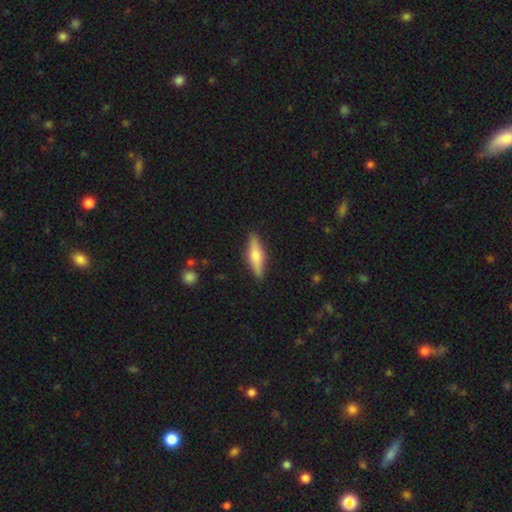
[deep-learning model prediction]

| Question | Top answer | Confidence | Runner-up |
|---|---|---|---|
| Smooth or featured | featured or disk | 52% | smooth (42%) |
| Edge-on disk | yes | 93% | no (7%) |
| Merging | none | 89% | minor disturbance (8%) |